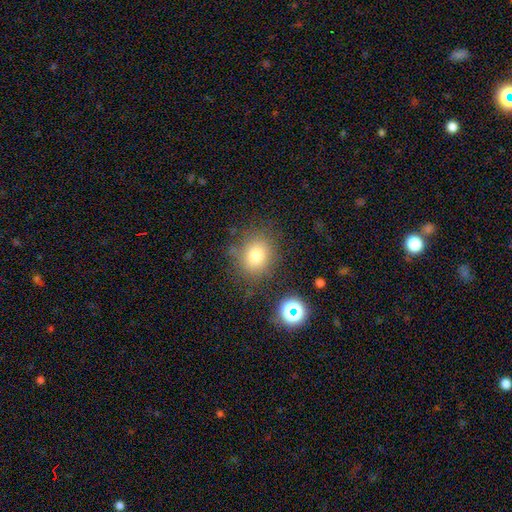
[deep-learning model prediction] Overall: smooth (75%). How rounded: round (69%; in between 30%). Merging: none (78%).